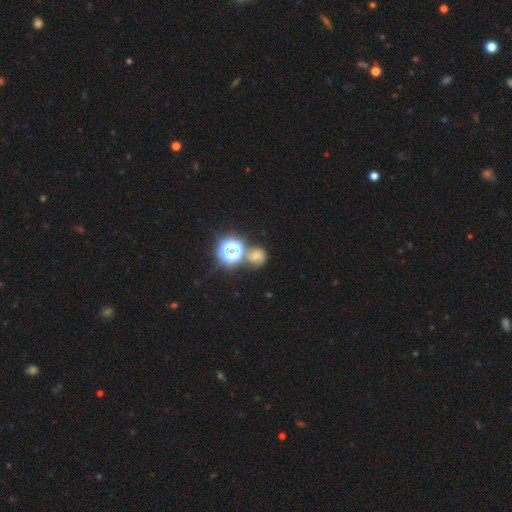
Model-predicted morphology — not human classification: smooth-or-featured: smooth: 49% | star or artifact: 34% | featured or disk: 18%
  merging: none: 56% | merger: 22% | minor disturbance: 14% | major disturbance: 8%